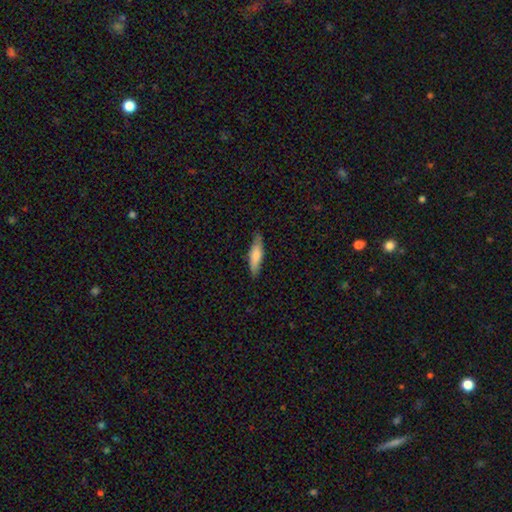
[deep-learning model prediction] Overall: smooth (75%). How rounded: cigar-shaped (63%; in between 36%). Merging: none (81%).